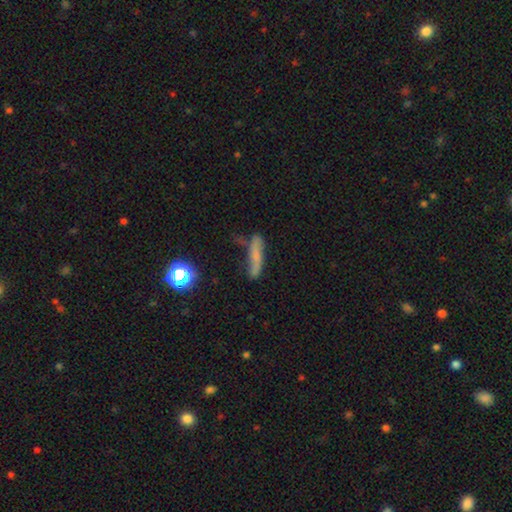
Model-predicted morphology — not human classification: smooth 55%, featured or disk 32%, star or artifact 13%. Down the decision tree: how rounded — cigar-shaped (79%); merging — none (51%).